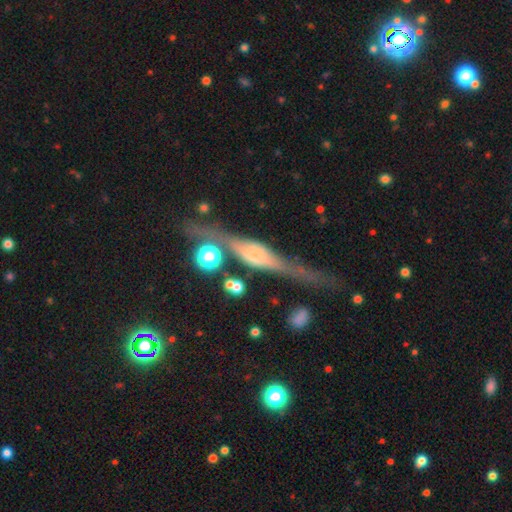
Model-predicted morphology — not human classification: featured or disk 82%, smooth 11%, star or artifact 7%. Down the decision tree: edge-on disk — yes (95%); edge-on bulge — rounded (68%); merging — none (70%).